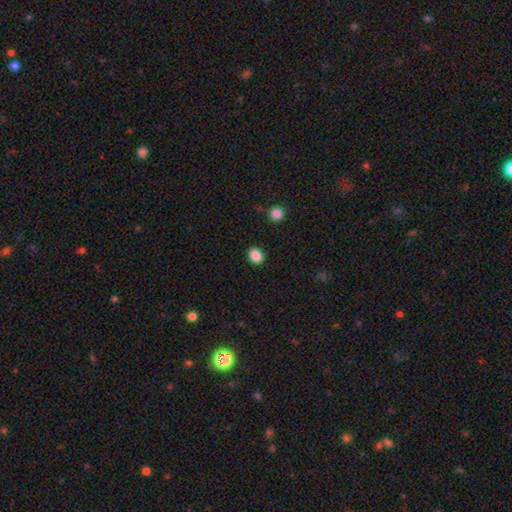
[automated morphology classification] Smooth or featured: smooth — 88% (star or artifact — 9%)
How rounded: in between — 52% (round — 48%)
Merging: none — 89% (minor disturbance — 7%)